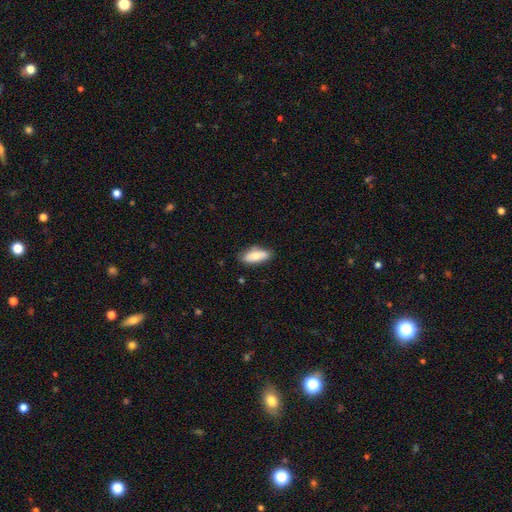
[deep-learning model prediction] The model was most divided on "smooth or featured": smooth: 76%, featured or disk: 17%, star or artifact: 6%. More confident: how rounded — in between (80%); merging — none (77%).